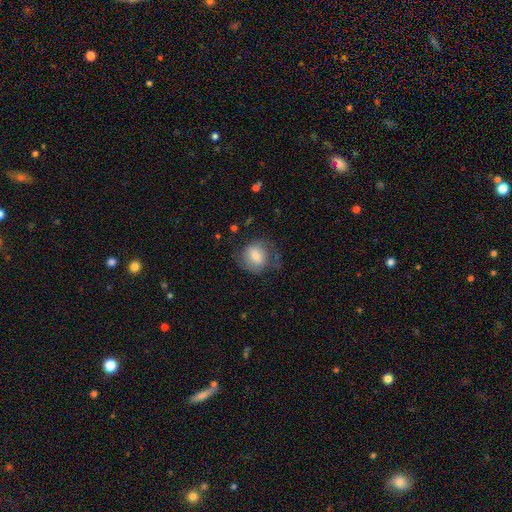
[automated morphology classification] A smooth galaxy with no disk features (66%) that is round (67%).

Vote fractions:
- Smooth or featured? smooth: 66% / featured or disk: 27% / star or artifact: 7%
- How rounded? round: 67% / in between: 32% / cigar-shaped: 1%
- Merging? none: 50% / minor disturbance: 26% / major disturbance: 22% / merger: 2%